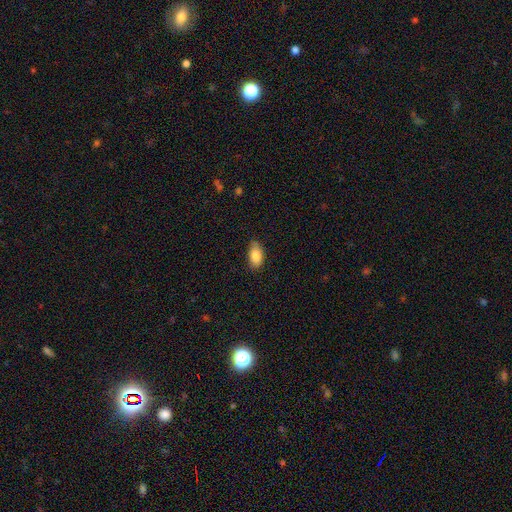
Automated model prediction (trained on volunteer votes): Smooth or featured? Predicted: smooth (p=0.85). How rounded? Predicted: in between (p=0.91). Merging? Predicted: none (p=0.79).